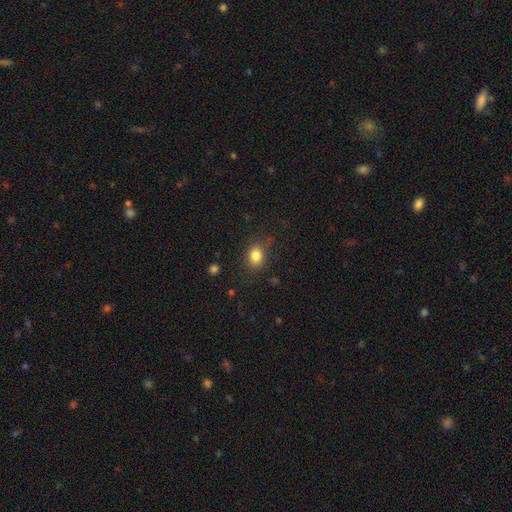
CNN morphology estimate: A smooth galaxy with no disk features (83%) that is round (50%).

Vote fractions:
- Smooth or featured? smooth: 83% / star or artifact: 11% / featured or disk: 6%
- How rounded? round: 50% / in between: 49% / cigar-shaped: 1%
- Merging? none: 76% / minor disturbance: 16% / major disturbance: 5% / merger: 2%